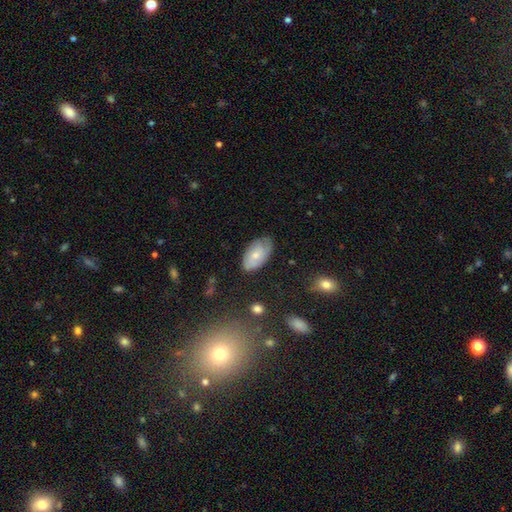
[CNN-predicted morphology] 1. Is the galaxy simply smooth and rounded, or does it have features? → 61% smooth, 32% featured or disk, 7% star or artifact.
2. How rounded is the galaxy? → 93% in between, 5% round, 2% cigar-shaped.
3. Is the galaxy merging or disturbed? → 70% none, 23% minor disturbance, 5% major disturbance, 2% merger.